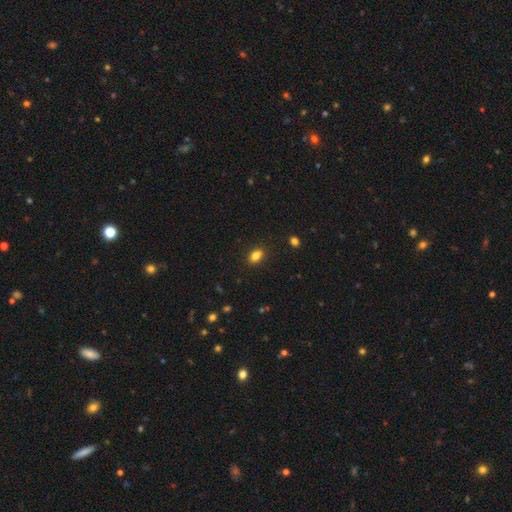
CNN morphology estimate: A smooth galaxy with no disk features (82%) that is in between round and cigar-shaped (82%).

Vote fractions:
- Smooth or featured? smooth: 82% / star or artifact: 10% / featured or disk: 8%
- How rounded? in between: 82% / round: 15% / cigar-shaped: 3%
- Merging? none: 85% / minor disturbance: 10% / merger: 2% / major disturbance: 2%